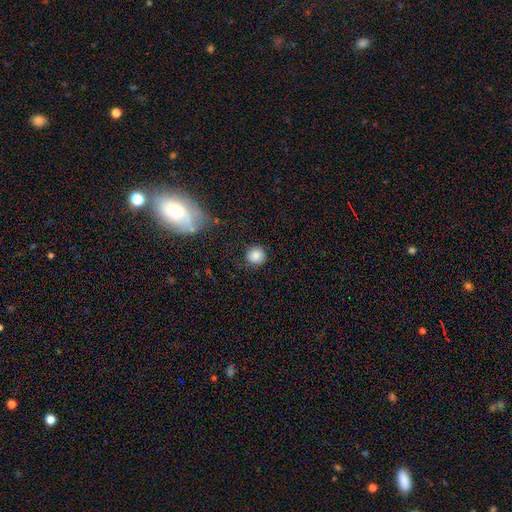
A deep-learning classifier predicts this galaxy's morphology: Smooth or featured?
  - smooth: 84% *
  - star or artifact: 10%
  - featured or disk: 6%
How rounded?
  - round: 91% *
  - in between: 8%
  - cigar-shaped: 1%
Merging?
  - none: 83% *
  - minor disturbance: 11%
  - major disturbance: 4%
  - merger: 2%